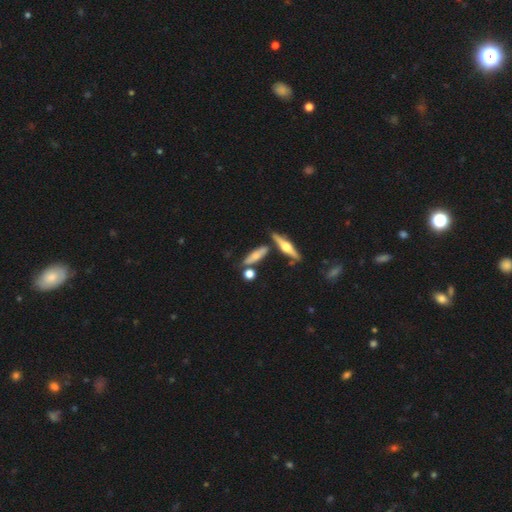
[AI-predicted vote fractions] Smooth or featured? Predicted: smooth (p=0.53). How rounded? Predicted: cigar-shaped (p=0.55). Merging? Predicted: none (p=0.69).